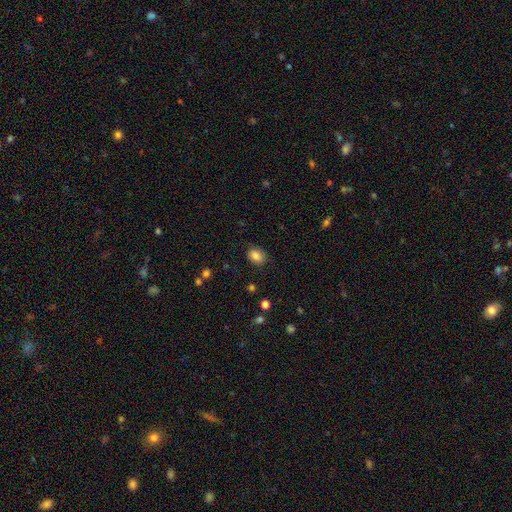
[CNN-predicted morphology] type=smooth (84%); roundness=in between (58%); merging=none (83%).